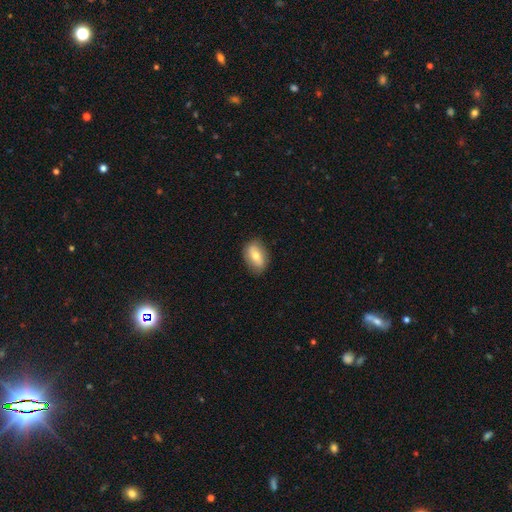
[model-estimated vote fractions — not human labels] Morphology: type=smooth (60%); roundness=in between (85%); merging=none (83%).